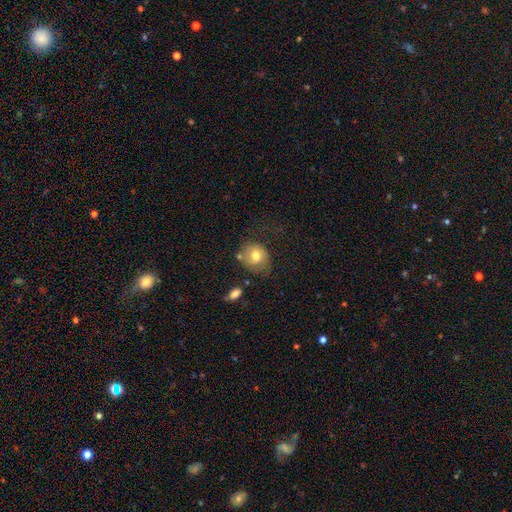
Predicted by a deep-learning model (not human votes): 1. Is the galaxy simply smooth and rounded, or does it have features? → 69% smooth, 22% featured or disk, 9% star or artifact.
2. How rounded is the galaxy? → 68% round, 31% in between, 1% cigar-shaped.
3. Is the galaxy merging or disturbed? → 52% none, 26% minor disturbance, 15% major disturbance, 7% merger.